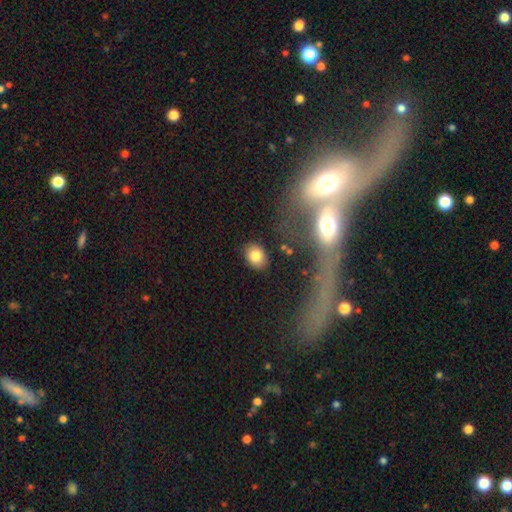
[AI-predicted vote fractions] This appears to be a smooth galaxy with no disk features (81%) that is in between round and cigar-shaped (60%). Merging: none (83%).